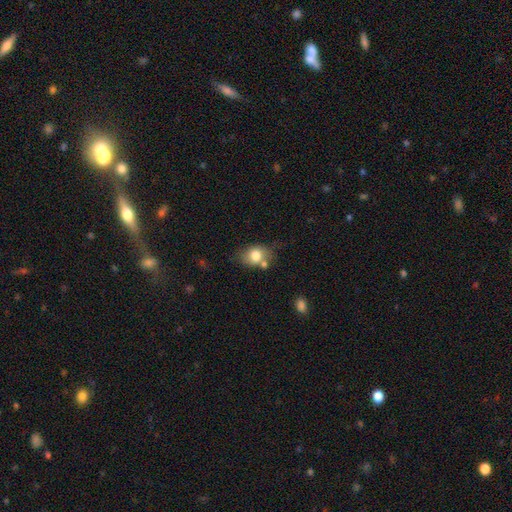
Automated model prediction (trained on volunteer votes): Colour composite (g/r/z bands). It shows a smooth galaxy with no disk features (77%) that is in between round and cigar-shaped (65%). Merging: none (57%).